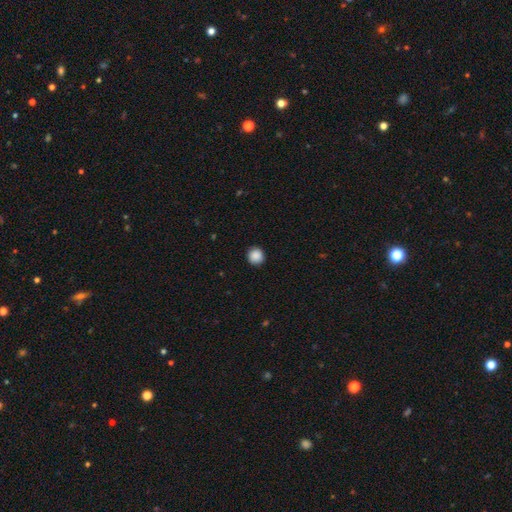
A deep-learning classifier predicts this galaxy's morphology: A smooth galaxy with no disk features (88%) that is round (94%). Merging: none (92%).